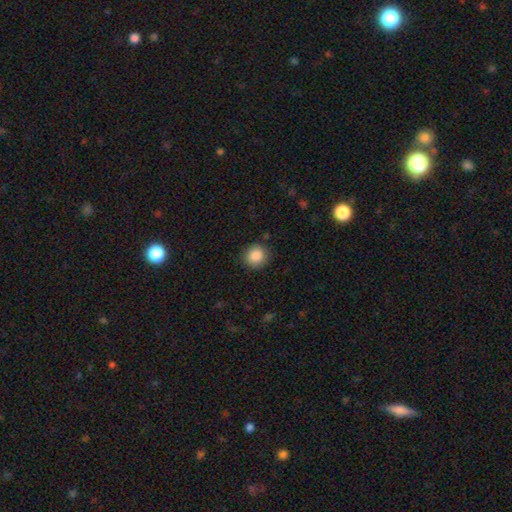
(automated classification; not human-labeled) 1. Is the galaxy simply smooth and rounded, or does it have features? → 88% smooth, 9% star or artifact, 3% featured or disk.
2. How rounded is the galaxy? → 89% round, 10% in between, 1% cigar-shaped.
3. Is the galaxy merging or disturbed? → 88% none, 8% minor disturbance, 2% major disturbance, 1% merger.